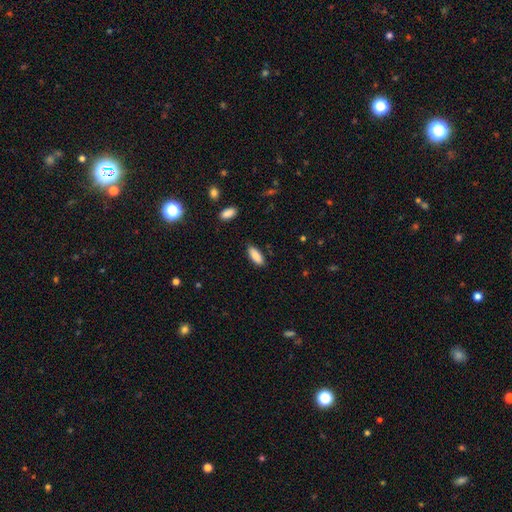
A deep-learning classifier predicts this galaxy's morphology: Smooth or featured? smooth (89%)
How rounded? in between (75%)
Merging? none (86%)